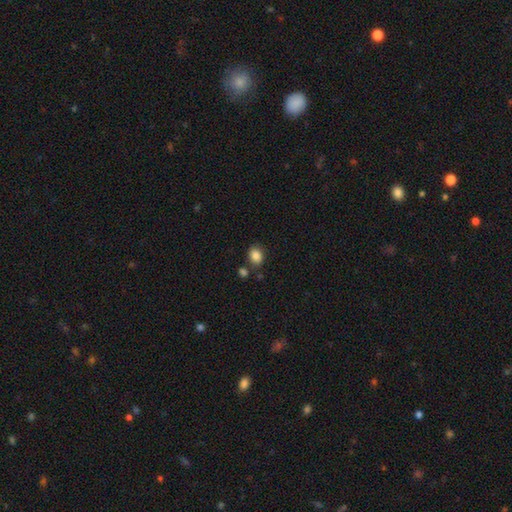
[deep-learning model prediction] Overall: smooth (85%). How rounded: in between (54%; round 45%). Merging: none (75%).